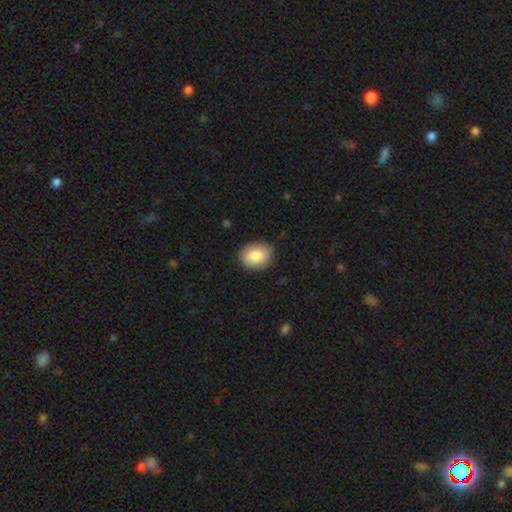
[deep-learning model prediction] Overall: smooth (83%). How rounded: in between (65%; round 34%). Merging: none (86%).